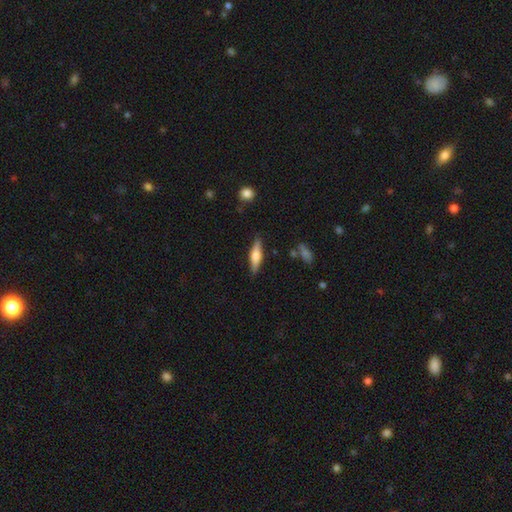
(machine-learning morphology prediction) Smooth or featured? smooth (49%)
Merging? none (86%)